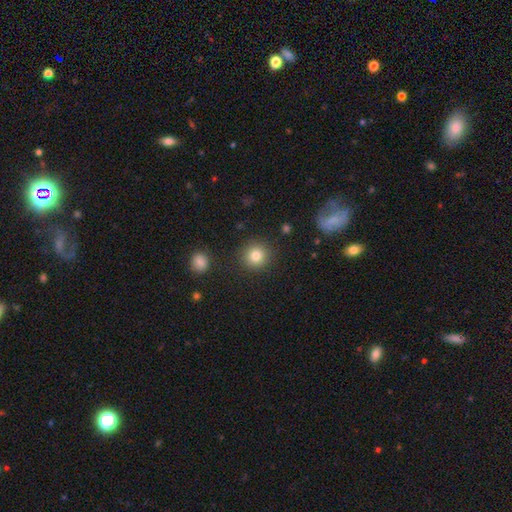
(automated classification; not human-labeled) Smooth or featured: smooth — 82% (star or artifact — 11%)
How rounded: round — 93% (in between — 6%)
Merging: none — 89% (minor disturbance — 6%)